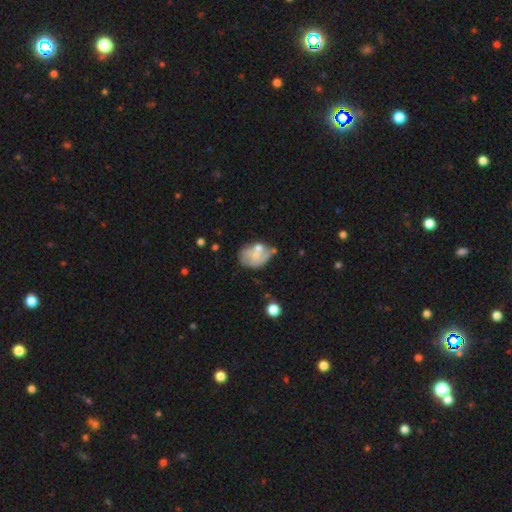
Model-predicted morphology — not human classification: Smooth or featured? Predicted: featured or disk (p=0.48). Merging? Predicted: none (p=0.42).